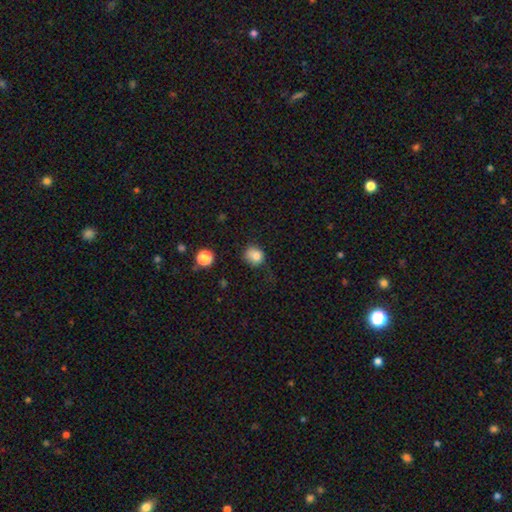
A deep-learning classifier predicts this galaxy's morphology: The model was most divided on "merging": none: 52%, minor disturbance: 32%, major disturbance: 13%, merger: 3%. More confident: smooth or featured — smooth (81%); how rounded — round (74%).